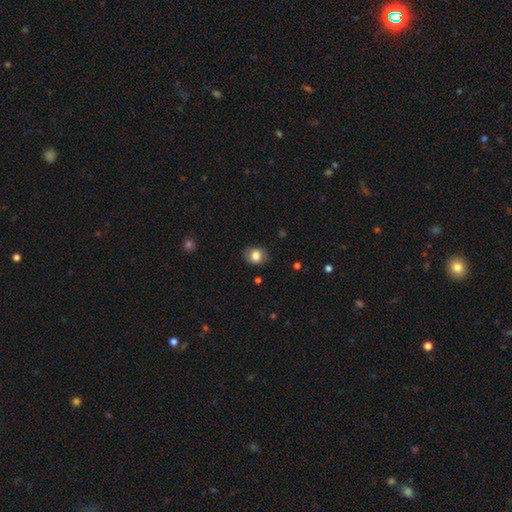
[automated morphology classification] Q: Smooth or featured?
A: smooth (81%); runner-up: featured or disk (10%)
Q: How rounded?
A: round (56%); runner-up: in between (43%)
Q: Merging?
A: none (82%); runner-up: minor disturbance (13%)